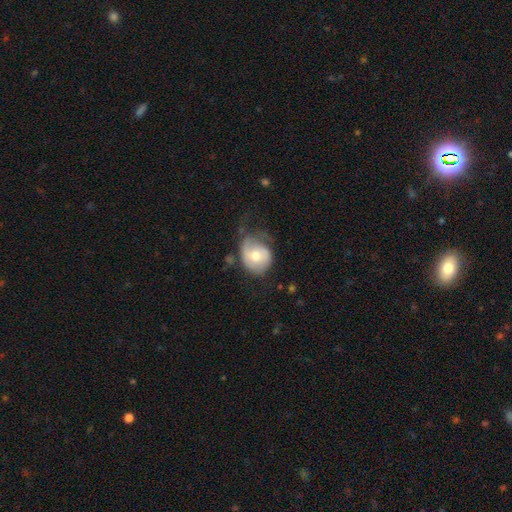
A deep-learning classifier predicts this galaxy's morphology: Overall: smooth (50%; featured or disk 44%). Merging: none (39%; minor disturbance 34%).